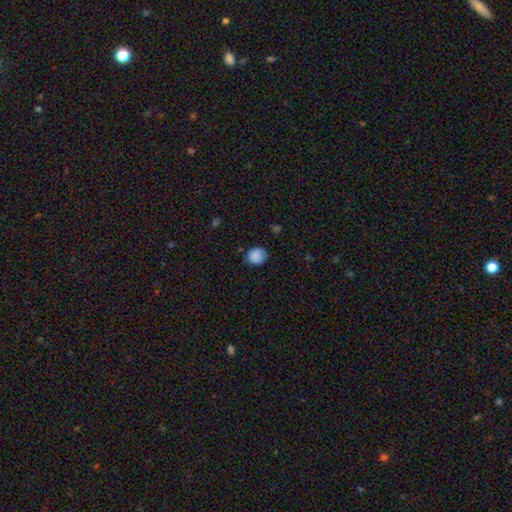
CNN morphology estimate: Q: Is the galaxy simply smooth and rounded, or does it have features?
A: smooth — 86%.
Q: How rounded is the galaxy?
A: round — 67%.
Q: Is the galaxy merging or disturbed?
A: none — 73%.